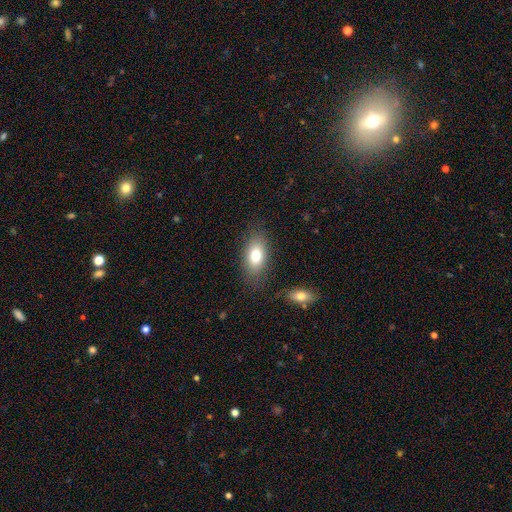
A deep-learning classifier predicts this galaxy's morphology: smooth-or-featured: smooth: 77% | featured or disk: 15% | star or artifact: 8%
  how-rounded: in between: 88% | round: 6% | cigar-shaped: 6%
  merging: none: 80% | minor disturbance: 13% | major disturbance: 4% | merger: 3%